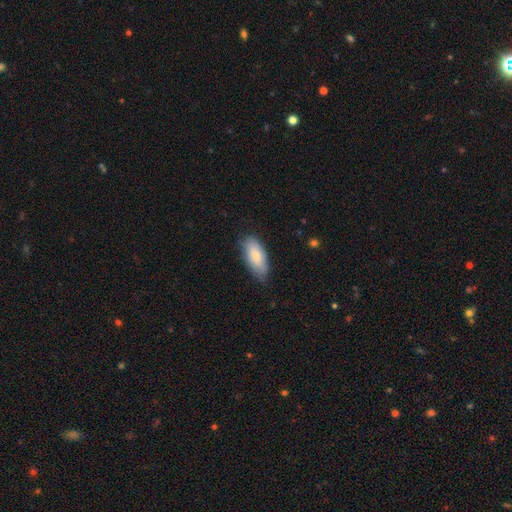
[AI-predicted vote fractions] This appears to be a smooth galaxy with no disk features (75%) that is in between round and cigar-shaped (86%). Merging: none (73%).